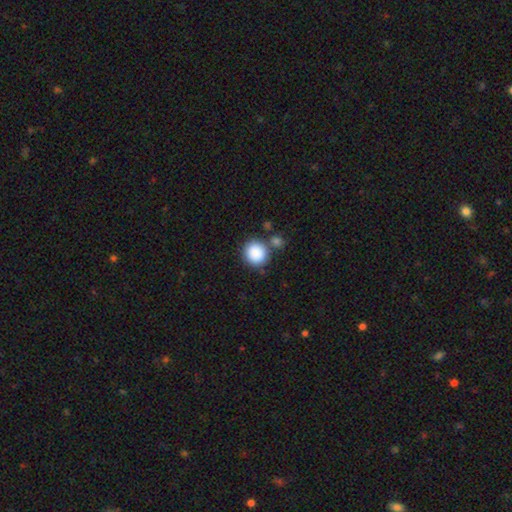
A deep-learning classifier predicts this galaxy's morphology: Smooth or featured? smooth (88%)
How rounded? round (88%)
Merging? none (74%)